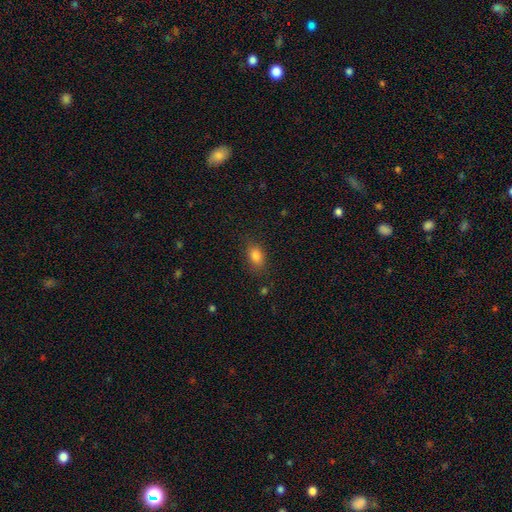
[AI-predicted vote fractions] Smooth or featured?
  - smooth: 84% *
  - star or artifact: 10%
  - featured or disk: 6%
How rounded?
  - in between: 82% *
  - round: 15%
  - cigar-shaped: 3%
Merging?
  - none: 80% *
  - minor disturbance: 14%
  - major disturbance: 4%
  - merger: 1%